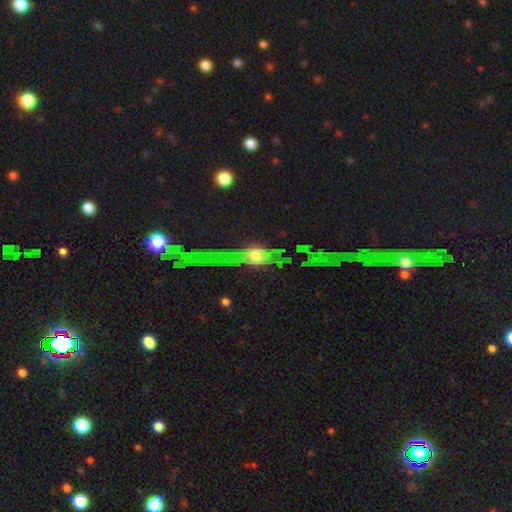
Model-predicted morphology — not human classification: Q: Smooth or featured?
A: featured or disk (46%); runner-up: smooth (39%)
Q: Merging?
A: none (41%); runner-up: major disturbance (29%)